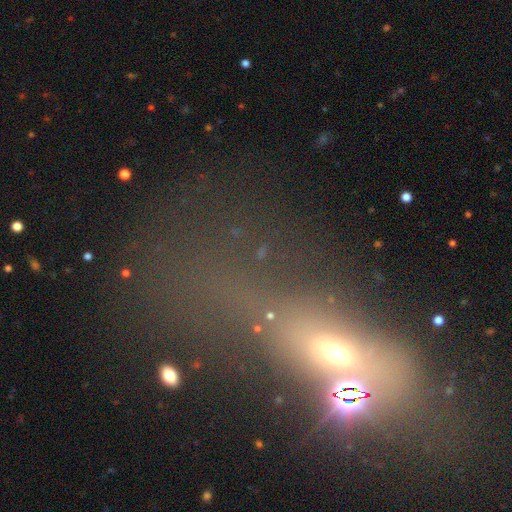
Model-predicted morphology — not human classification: Smooth or featured: smooth — 38% (star or artifact — 35%)
Merging: merger — 38% (none — 26%)